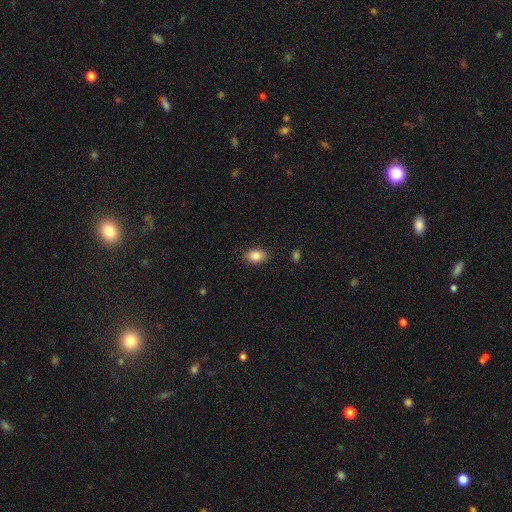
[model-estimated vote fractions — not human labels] A smooth galaxy with no disk features (86%) that is in between round and cigar-shaped (84%).

Vote fractions:
- Smooth or featured? smooth: 86% / star or artifact: 8% / featured or disk: 6%
- How rounded? in between: 84% / round: 14% / cigar-shaped: 1%
- Merging? none: 85% / minor disturbance: 11% / major disturbance: 3% / merger: 1%